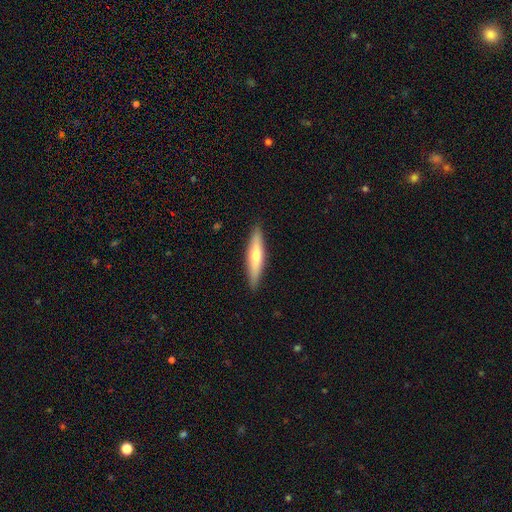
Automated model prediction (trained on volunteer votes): A smooth galaxy with no disk features (55%) that is cigar-shaped (86%). Merging: none (90%).